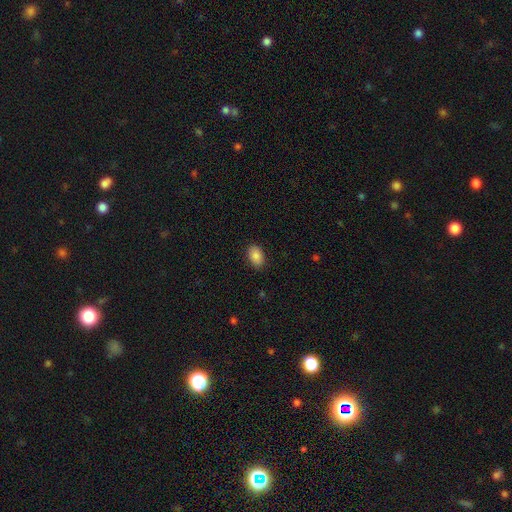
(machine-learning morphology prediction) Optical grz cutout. It shows a smooth galaxy with no disk features (87%) that is in between round and cigar-shaped (88%). Merging: none (88%).